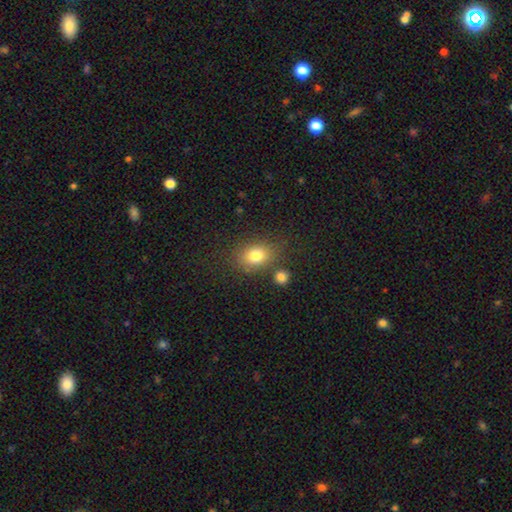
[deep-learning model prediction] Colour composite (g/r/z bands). It shows a smooth galaxy with no disk features (79%) that is in between round and cigar-shaped (64%). Merging: none (73%).